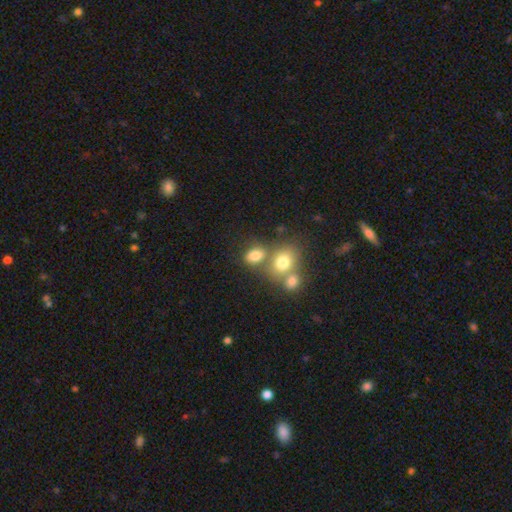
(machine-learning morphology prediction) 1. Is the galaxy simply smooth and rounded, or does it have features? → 77% smooth, 13% star or artifact, 10% featured or disk.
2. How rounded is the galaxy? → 64% in between, 35% round, 1% cigar-shaped.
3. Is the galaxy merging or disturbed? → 47% none, 37% merger, 11% minor disturbance, 5% major disturbance.